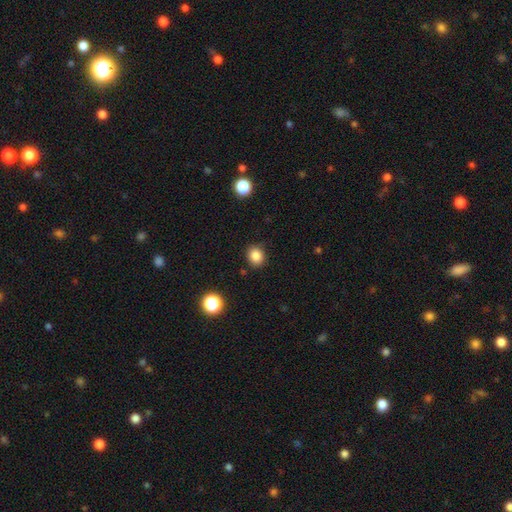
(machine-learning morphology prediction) This appears to be a smooth galaxy with no disk features (84%) that is round (70%). Merging: none (88%).